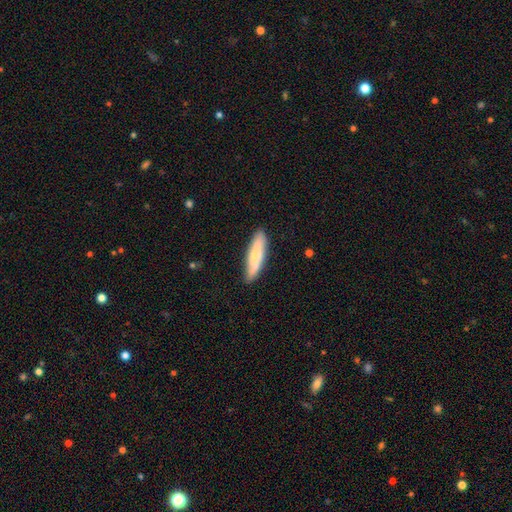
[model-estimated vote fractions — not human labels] Smooth or featured: smooth — 68% (featured or disk — 26%)
How rounded: cigar-shaped — 69% (in between — 29%)
Merging: none — 80% (minor disturbance — 16%)